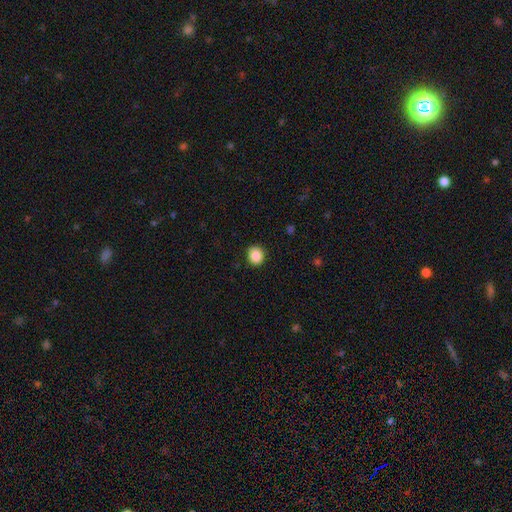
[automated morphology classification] This appears to be a smooth galaxy with no disk features (87%) that is round (83%). Merging: none (90%).